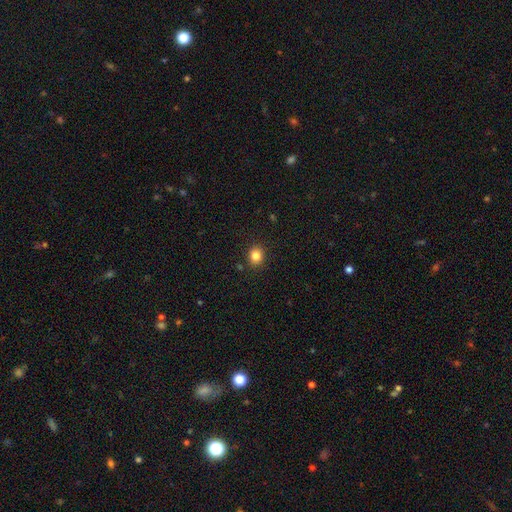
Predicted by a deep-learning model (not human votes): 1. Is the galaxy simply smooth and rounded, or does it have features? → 83% smooth, 12% star or artifact, 5% featured or disk.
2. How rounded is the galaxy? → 73% round, 26% in between, 1% cigar-shaped.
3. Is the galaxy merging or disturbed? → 89% none, 7% minor disturbance, 2% major disturbance, 1% merger.